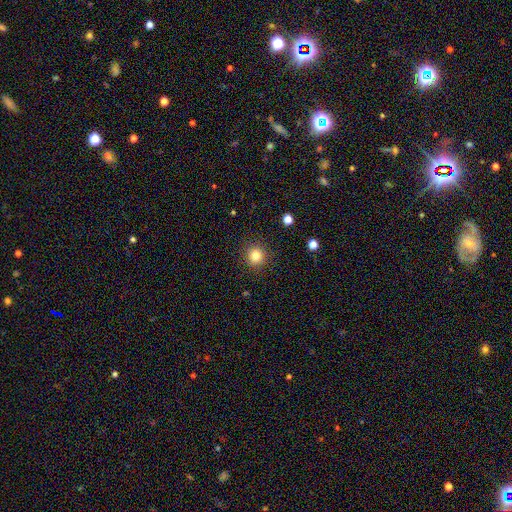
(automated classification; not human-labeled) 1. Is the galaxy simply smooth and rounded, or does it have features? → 82% smooth, 12% star or artifact, 6% featured or disk.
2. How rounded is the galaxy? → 93% round, 6% in between, 1% cigar-shaped.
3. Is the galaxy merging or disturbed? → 91% none, 6% minor disturbance, 2% major disturbance, 1% merger.